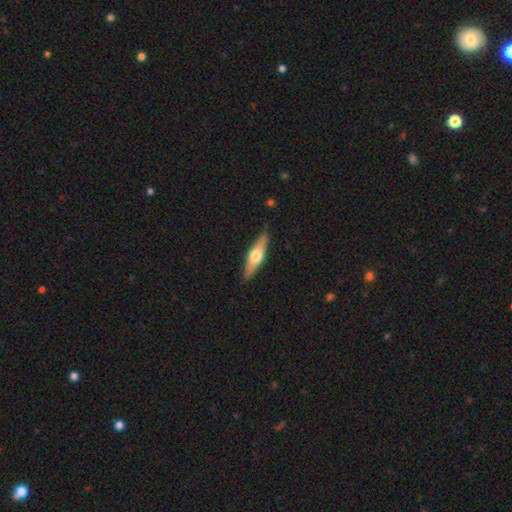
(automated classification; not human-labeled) Q: Smooth or featured?
A: featured or disk (55%); runner-up: smooth (40%)
Q: Edge-on disk?
A: yes (93%); runner-up: no (7%)
Q: Edge-on bulge?
A: rounded (94%); runner-up: boxy (4%)
Q: Merging?
A: none (88%); runner-up: minor disturbance (9%)